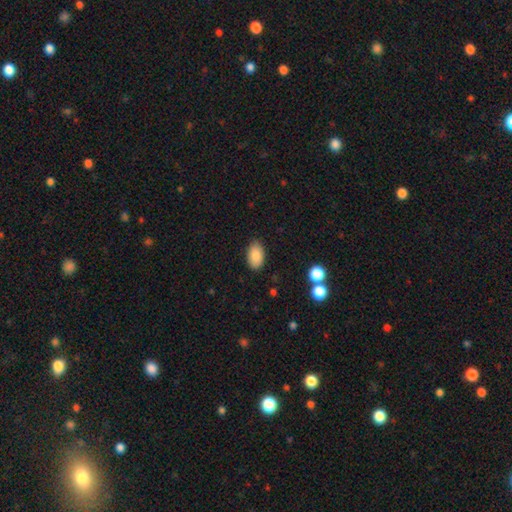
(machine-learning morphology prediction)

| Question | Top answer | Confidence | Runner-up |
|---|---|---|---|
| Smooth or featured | smooth | 86% | star or artifact (7%) |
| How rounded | in between | 93% | round (6%) |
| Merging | none | 86% | minor disturbance (11%) |